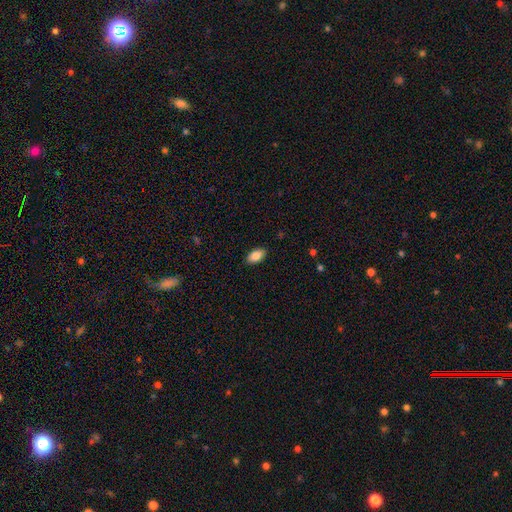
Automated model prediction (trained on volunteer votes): Q: Smooth or featured?
A: smooth (86%); runner-up: star or artifact (7%)
Q: How rounded?
A: in between (93%); runner-up: round (4%)
Q: Merging?
A: none (89%); runner-up: minor disturbance (8%)